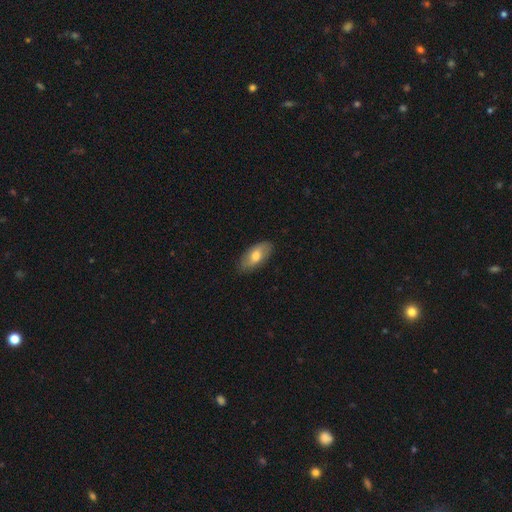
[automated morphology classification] Smooth or featured: smooth — 64% (featured or disk — 30%)
How rounded: in between — 90% (cigar-shaped — 6%)
Merging: none — 83% (minor disturbance — 13%)